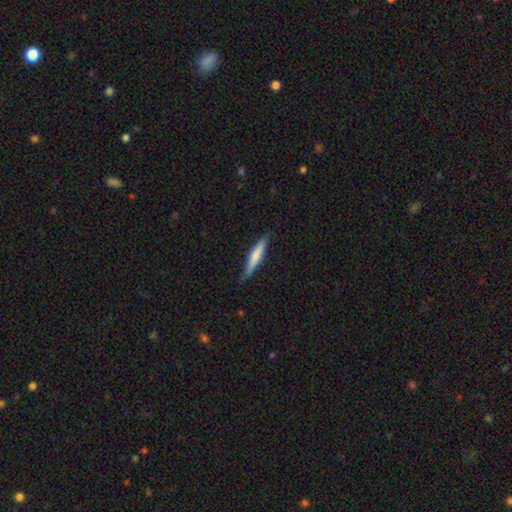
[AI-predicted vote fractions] Smooth or featured? smooth (68%)
How rounded? cigar-shaped (90%)
Merging? none (82%)